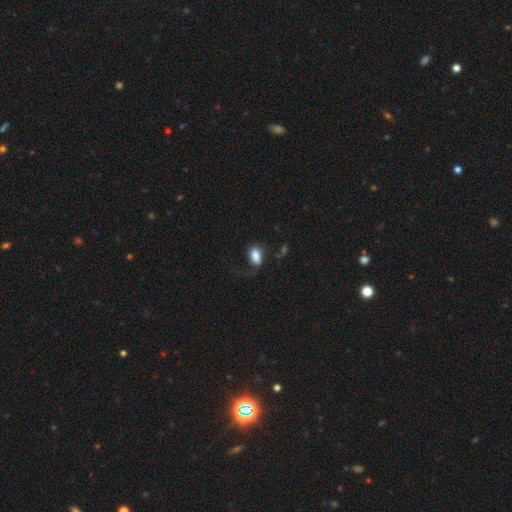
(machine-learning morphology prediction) type=smooth (82%); roundness=in between (89%); merging=none (54%).